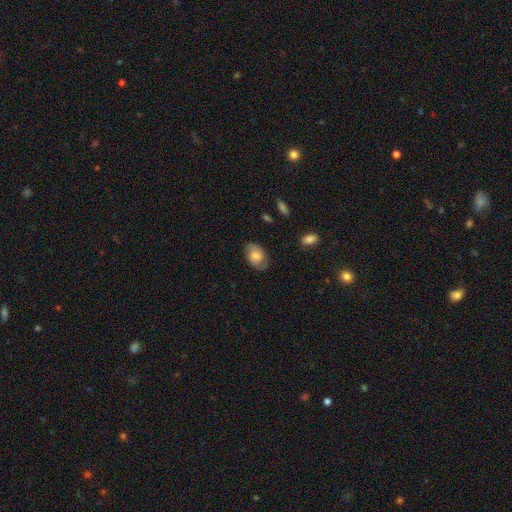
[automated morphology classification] smooth_or_featured: smooth (p=0.60) [alt: featured or disk p=0.32]
how_rounded: in between (p=0.81) [alt: round p=0.18]
merging: none (p=0.75) [alt: minor disturbance p=0.18]